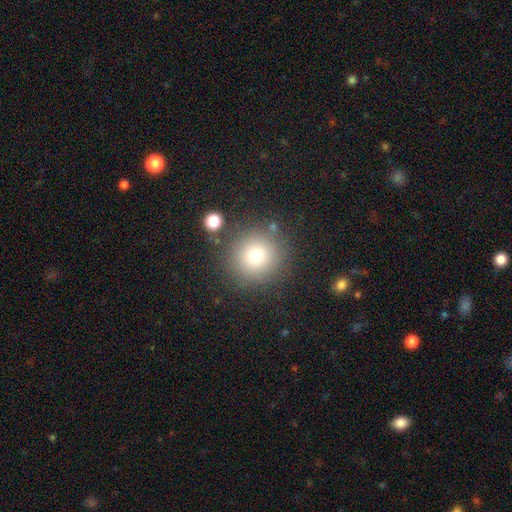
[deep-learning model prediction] A smooth galaxy with no disk features (75%) that is round (95%). Merging: none (85%).